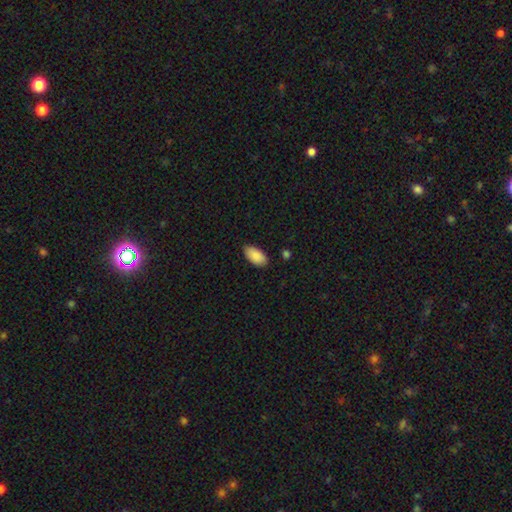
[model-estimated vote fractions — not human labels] smooth_or_featured: smooth (p=0.90) [alt: star or artifact p=0.06]
how_rounded: in between (p=0.95) [alt: cigar-shaped p=0.03]
merging: none (p=0.83) [alt: minor disturbance p=0.13]